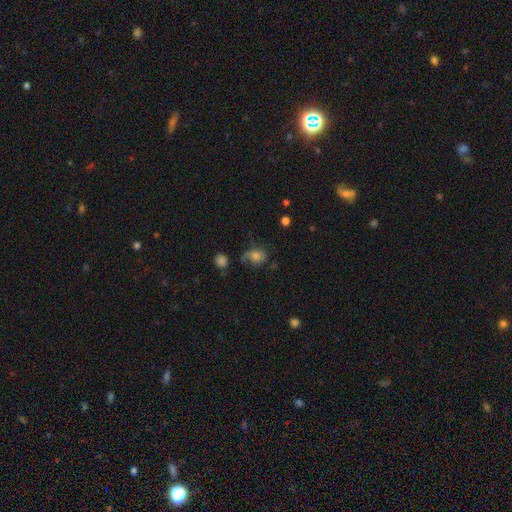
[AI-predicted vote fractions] Smooth or featured: smooth — 59% (featured or disk — 27%)
How rounded: round — 51% (in between — 48%)
Merging: none — 43% (minor disturbance — 28%)